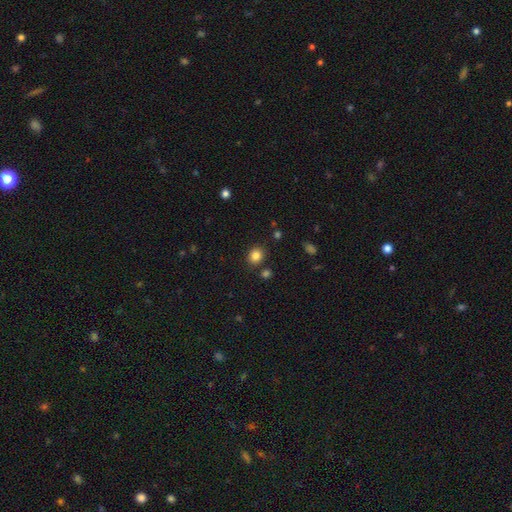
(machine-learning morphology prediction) smooth_or_featured: smooth (p=0.83) [alt: star or artifact p=0.12]
how_rounded: round (p=0.73) [alt: in between p=0.27]
merging: none (p=0.85) [alt: minor disturbance p=0.08]